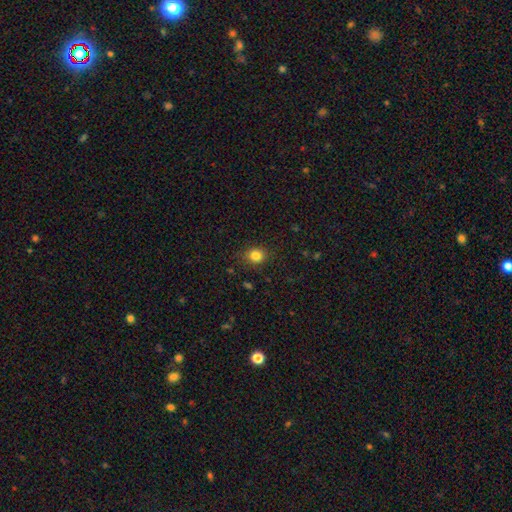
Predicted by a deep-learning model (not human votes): smooth 83%, star or artifact 12%, featured or disk 5%. Down the decision tree: how rounded — round (77%); merging — none (85%).